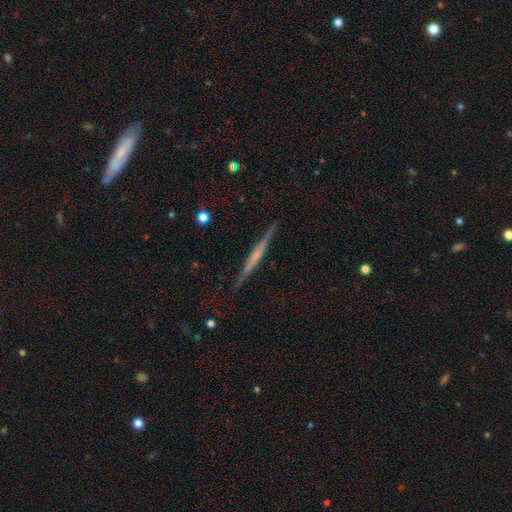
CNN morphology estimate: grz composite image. It shows a featured or disk galaxy (71%) viewed edge-on (98%) with no central bulge (49%). Merging: none (89%).